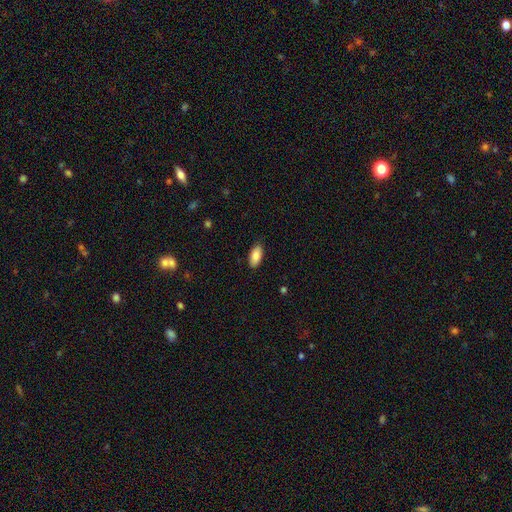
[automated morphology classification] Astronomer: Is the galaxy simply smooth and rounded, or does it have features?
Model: smooth — 88%.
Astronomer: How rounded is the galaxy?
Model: in between — 91%.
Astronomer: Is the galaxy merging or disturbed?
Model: none — 88%.